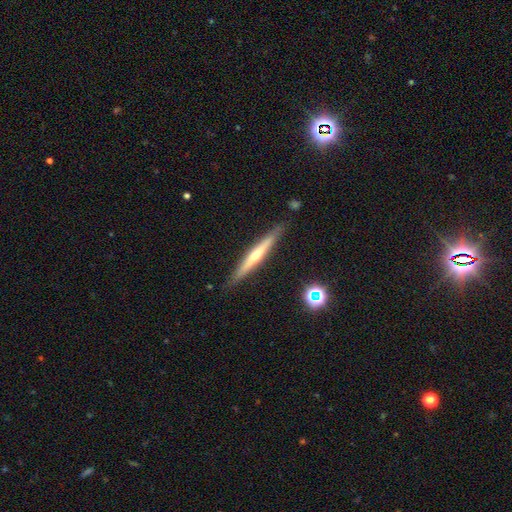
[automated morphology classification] smooth-or-featured: featured or disk: 68% | smooth: 25% | star or artifact: 7%
  disk-edge-on: yes: 97% | no: 3%
    edge-on-bulge: rounded: 76% | none: 20% | boxy: 4%
  merging: none: 88% | minor disturbance: 9% | major disturbance: 2% | merger: 1%